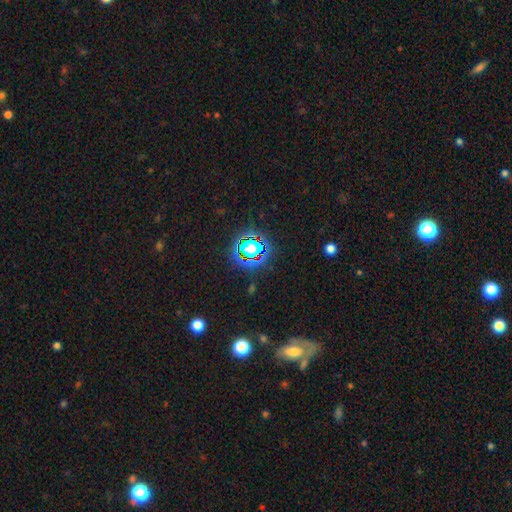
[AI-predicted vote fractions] The model was most divided on "smooth or featured": star or artifact: 69%, smooth: 21%, featured or disk: 10%.